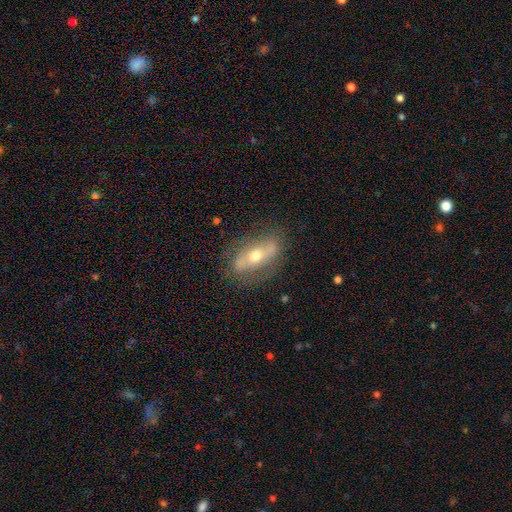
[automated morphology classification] A featured or disk galaxy (65%) with a strong bar (41%), spiral arms (52%) and a moderate central bulge (70%). Merging: none (75%).